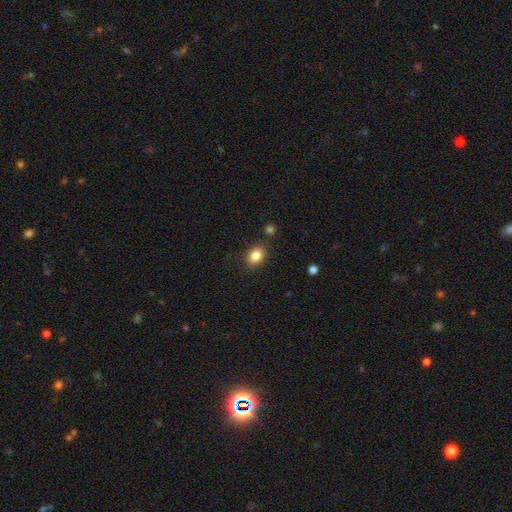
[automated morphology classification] Smooth or featured: smooth — 84% (star or artifact — 10%)
How rounded: in between — 65% (round — 34%)
Merging: none — 82% (minor disturbance — 11%)